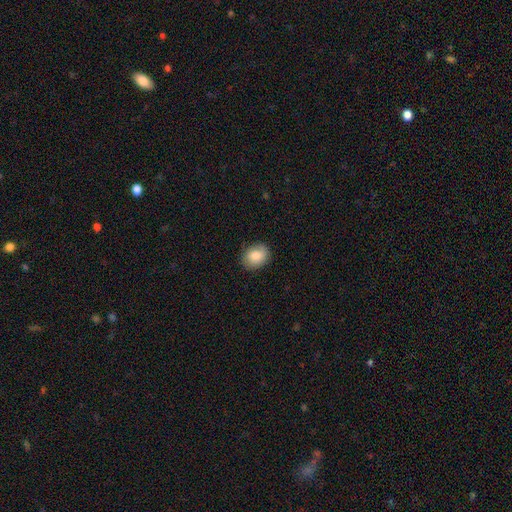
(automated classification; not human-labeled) A smooth galaxy with no disk features (81%) that is in between round and cigar-shaped (61%). Merging: none (85%).